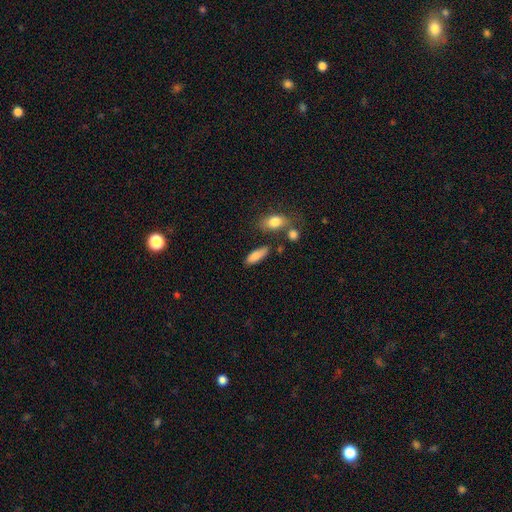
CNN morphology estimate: Overall: smooth (82%). How rounded: in between (68%; cigar-shaped 29%). Merging: none (73%).